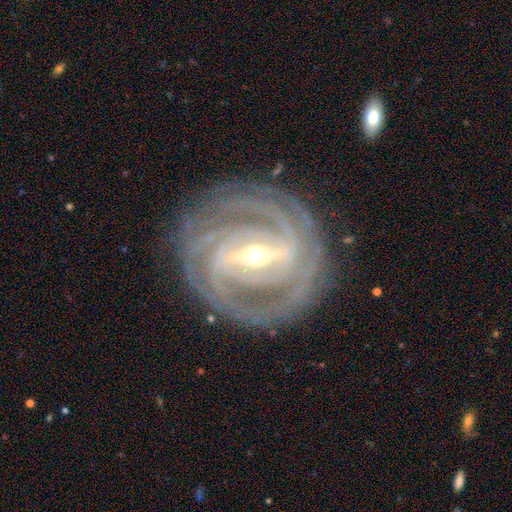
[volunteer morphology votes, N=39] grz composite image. It shows a featured or disk galaxy (92%) with a strong bar (66%), 3 (32%) tight (71%) spiral arms (97%) and a moderate central bulge (54%). Merging: none (86%).